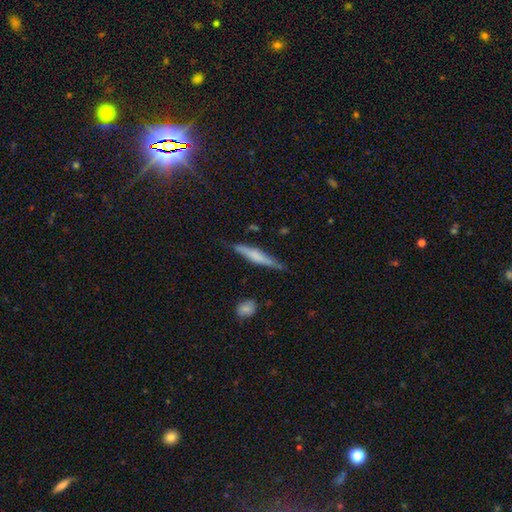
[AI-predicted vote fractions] Smooth or featured? Predicted: featured or disk (p=0.49). Merging? Predicted: none (p=0.78).